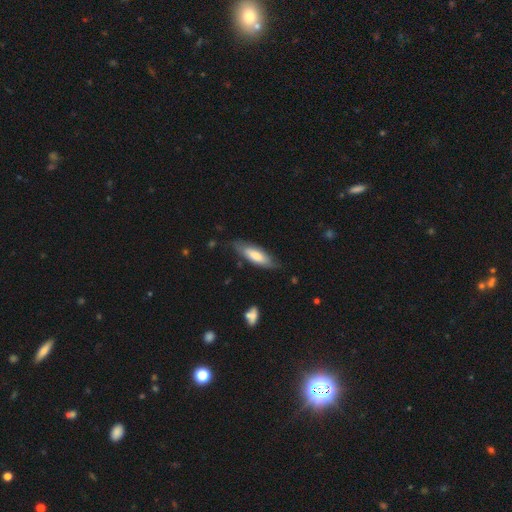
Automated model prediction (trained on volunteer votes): A smooth galaxy with no disk features (72%) that is in between round and cigar-shaped (52%).

Vote fractions:
- Smooth or featured? smooth: 72% / featured or disk: 23% / star or artifact: 5%
- How rounded? in between: 52% / cigar-shaped: 46% / round: 1%
- Merging? none: 76% / minor disturbance: 19% / major disturbance: 4% / merger: 2%